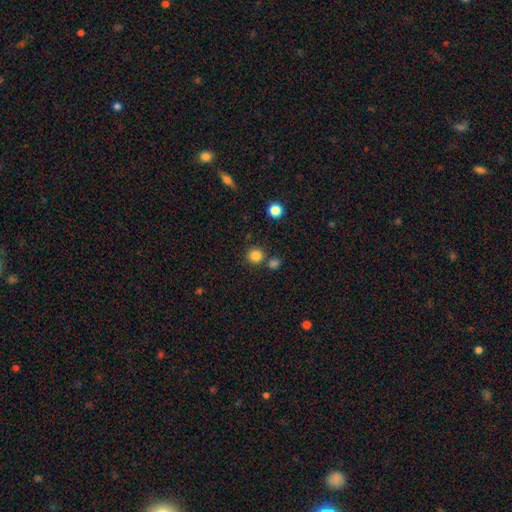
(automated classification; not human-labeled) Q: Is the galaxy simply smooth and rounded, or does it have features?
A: smooth — 83%.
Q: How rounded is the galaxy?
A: round — 93%.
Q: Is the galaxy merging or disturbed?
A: none — 78%.